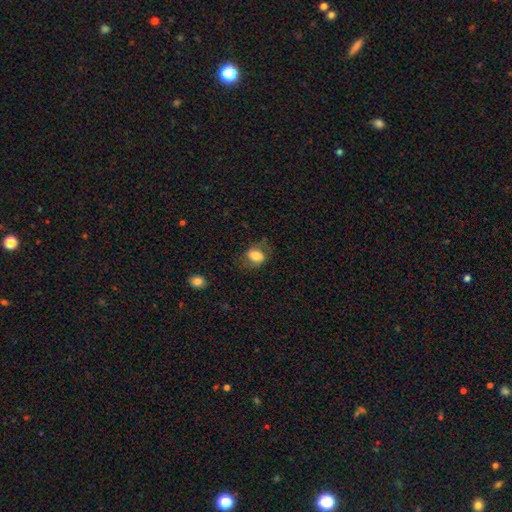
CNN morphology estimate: Q: Smooth or featured?
A: smooth (69%); runner-up: featured or disk (23%)
Q: How rounded?
A: in between (69%); runner-up: round (29%)
Q: Merging?
A: none (62%); runner-up: minor disturbance (22%)